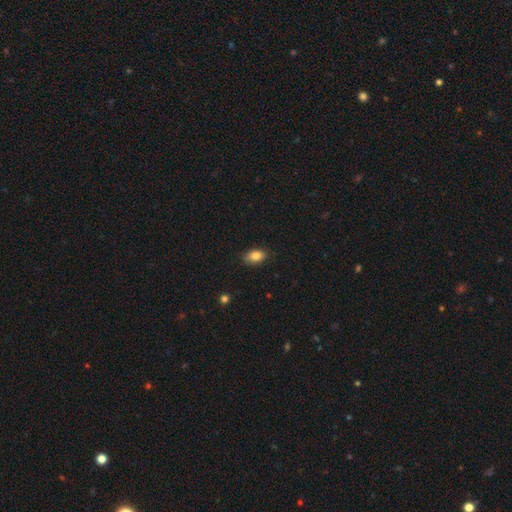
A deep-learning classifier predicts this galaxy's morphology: smooth 84%, star or artifact 8%, featured or disk 8%. Down the decision tree: how rounded — in between (88%); merging — none (84%).